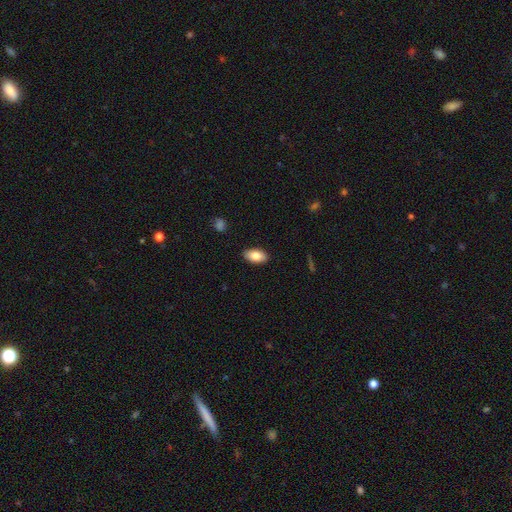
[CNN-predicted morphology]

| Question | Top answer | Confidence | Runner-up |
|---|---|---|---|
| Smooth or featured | smooth | 83% | featured or disk (10%) |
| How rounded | in between | 93% | round (4%) |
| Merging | none | 88% | minor disturbance (9%) |